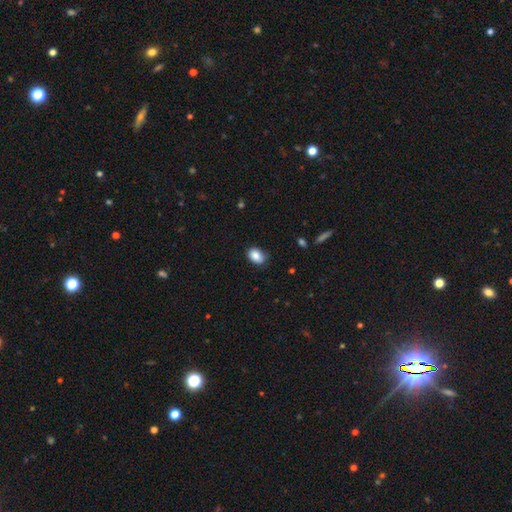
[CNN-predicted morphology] A smooth galaxy with no disk features (87%) that is in between round and cigar-shaped (80%). Merging: none (78%).